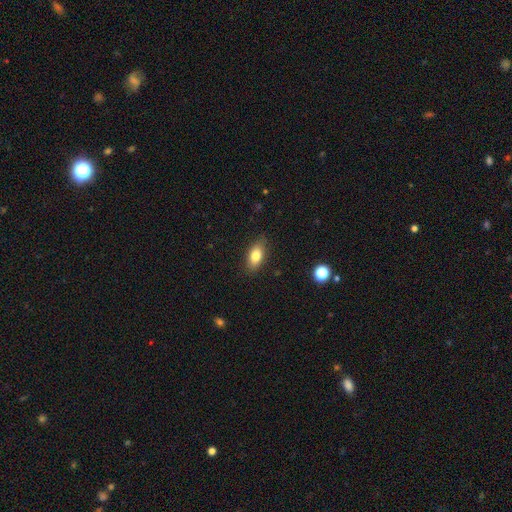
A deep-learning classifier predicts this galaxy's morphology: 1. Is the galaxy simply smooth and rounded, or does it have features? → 80% smooth, 12% featured or disk, 8% star or artifact.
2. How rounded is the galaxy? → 85% in between, 8% cigar-shaped, 6% round.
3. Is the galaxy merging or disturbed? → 84% none, 12% minor disturbance, 3% major disturbance, 1% merger.